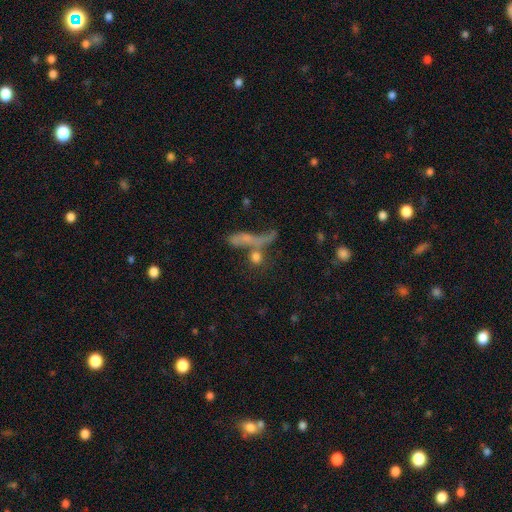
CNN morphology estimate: The model was most divided on "smooth or featured": smooth: 45%, featured or disk: 32%, star or artifact: 23%. Remaining: merging — none (45%).